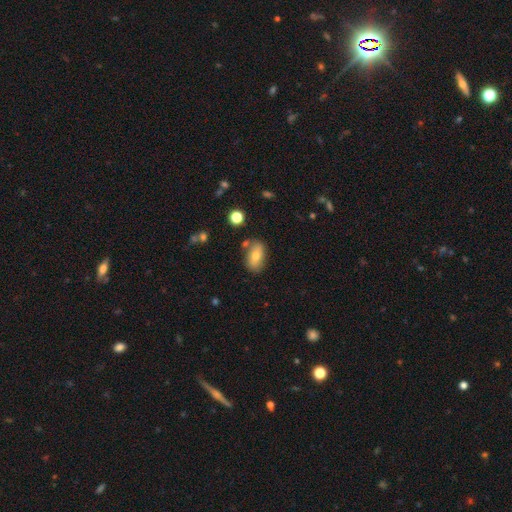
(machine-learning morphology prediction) Overall: smooth (69%). How rounded: in between (88%). Merging: none (74%).